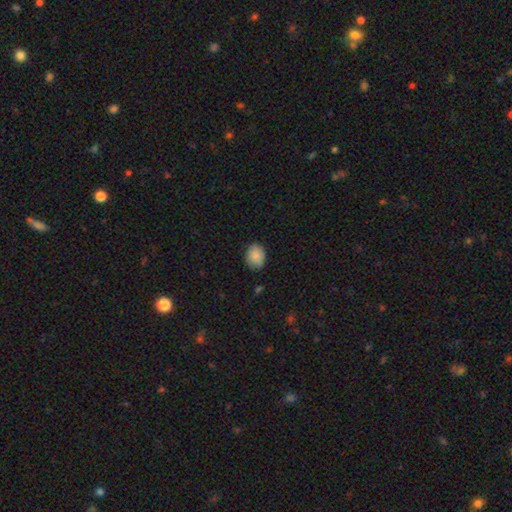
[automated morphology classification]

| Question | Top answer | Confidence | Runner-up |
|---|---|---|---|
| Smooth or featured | smooth | 87% | star or artifact (7%) |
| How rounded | round | 51% | in between (48%) |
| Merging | none | 83% | minor disturbance (13%) |